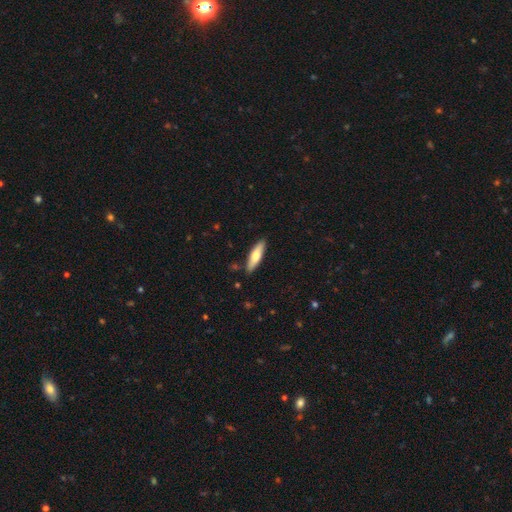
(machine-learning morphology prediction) Q: Smooth or featured?
A: smooth (62%); runner-up: featured or disk (32%)
Q: How rounded?
A: cigar-shaped (67%); runner-up: in between (31%)
Q: Merging?
A: none (87%); runner-up: minor disturbance (9%)